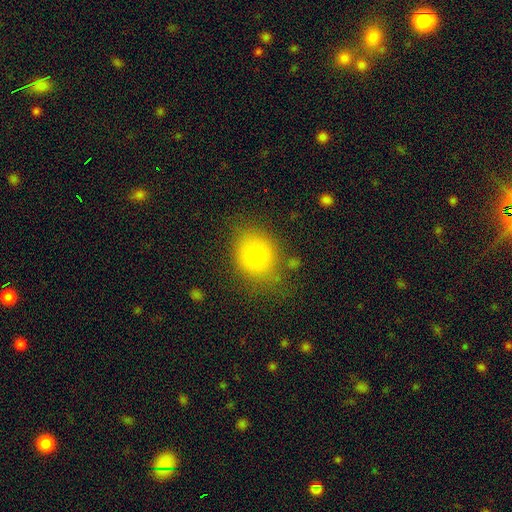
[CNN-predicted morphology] Smooth or featured? smooth (74%)
How rounded? round (70%)
Merging? none (70%)